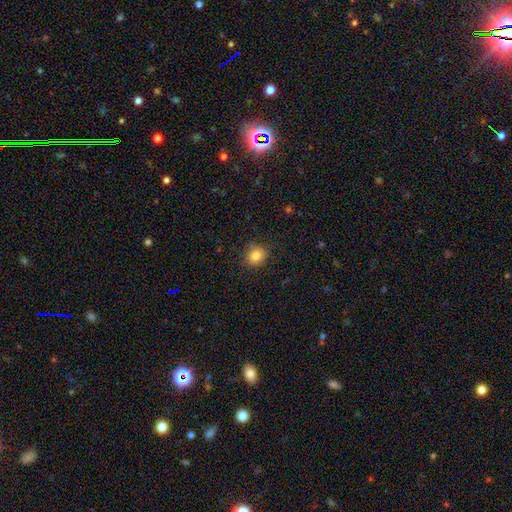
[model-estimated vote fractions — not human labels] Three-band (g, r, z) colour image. It shows a smooth galaxy with no disk features (83%) that is round (73%). Merging: none (85%).